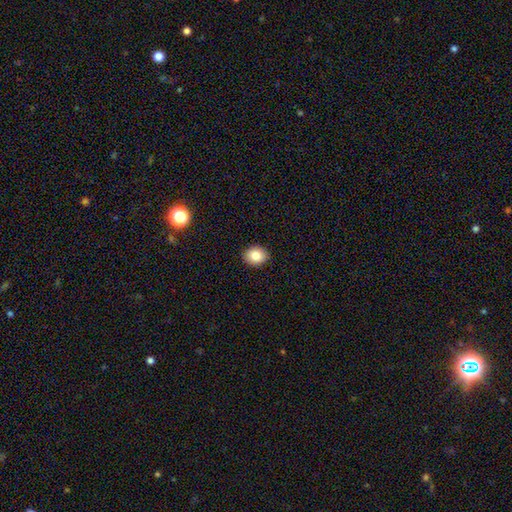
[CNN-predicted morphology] smooth 84%, star or artifact 9%, featured or disk 7%. Down the decision tree: how rounded — in between (52%); merging — none (90%).